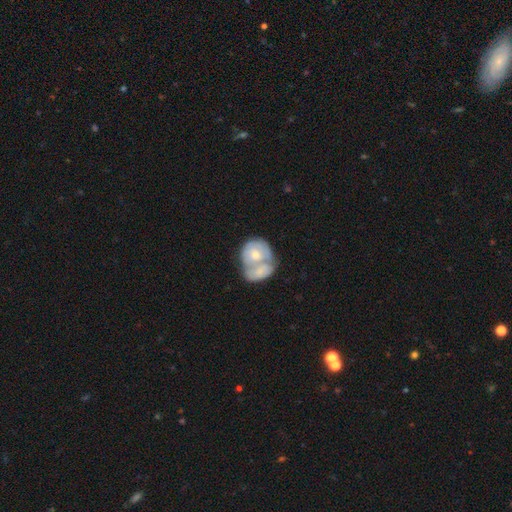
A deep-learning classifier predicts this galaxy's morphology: A smooth galaxy with no disk features (48%).

Vote fractions:
- Smooth or featured? smooth: 48% / featured or disk: 46% / star or artifact: 6%
- Merging? merger: 70% / none: 17% / minor disturbance: 8% / major disturbance: 5%